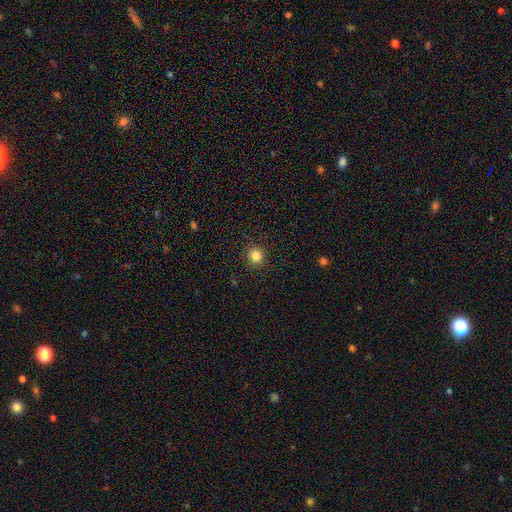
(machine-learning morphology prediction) A smooth galaxy with no disk features (83%) that is round (92%). Merging: none (91%).